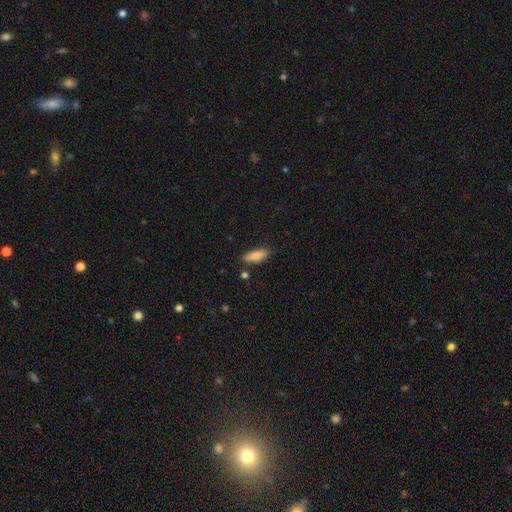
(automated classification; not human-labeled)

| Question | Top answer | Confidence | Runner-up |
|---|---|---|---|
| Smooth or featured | smooth | 86% | featured or disk (7%) |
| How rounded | in between | 65% | cigar-shaped (33%) |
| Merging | none | 81% | minor disturbance (13%) |